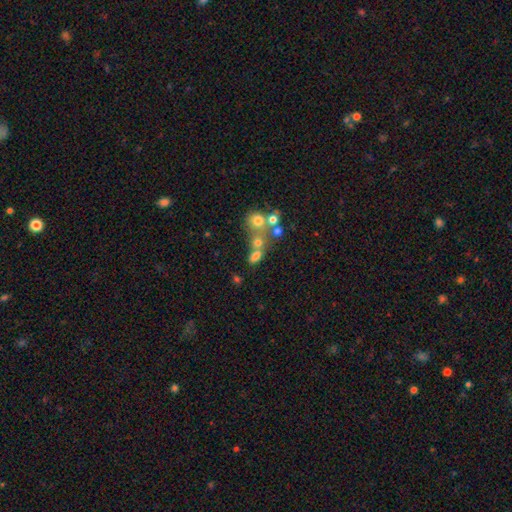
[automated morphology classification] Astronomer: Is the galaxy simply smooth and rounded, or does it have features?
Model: smooth — 66%.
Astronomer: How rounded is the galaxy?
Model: in between — 67%.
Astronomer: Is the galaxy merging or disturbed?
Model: merger — 43% (runner-up: none, 40%).